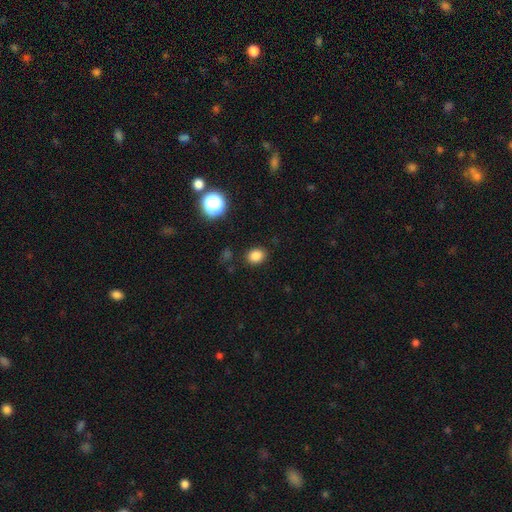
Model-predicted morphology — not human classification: smooth_or_featured: smooth (p=0.83) [alt: star or artifact p=0.13]
how_rounded: round (p=0.53) [alt: in between p=0.46]
merging: none (p=0.87) [alt: minor disturbance p=0.09]